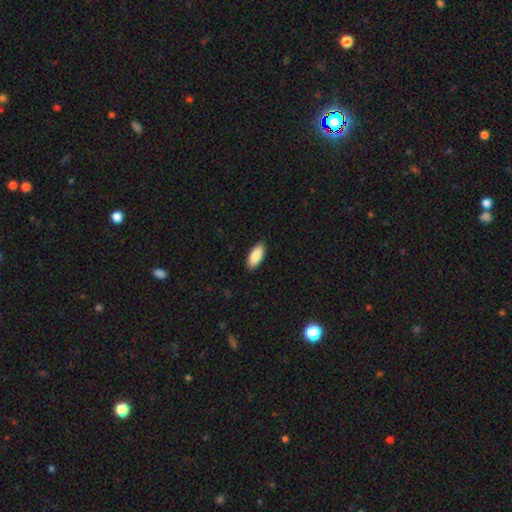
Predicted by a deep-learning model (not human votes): This is clearly a smooth galaxy (90%). How rounded: clearly in between (88%). Merging: clearly none (90%).